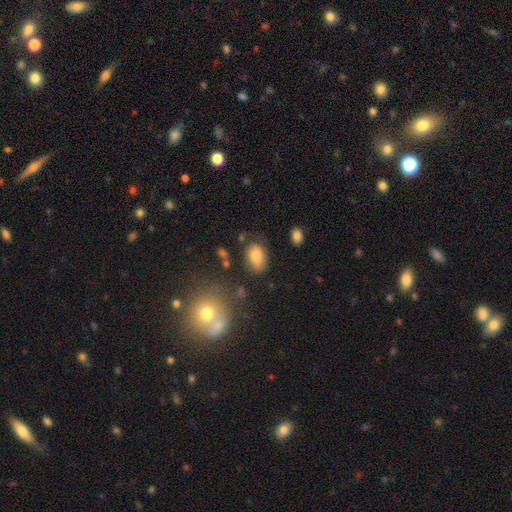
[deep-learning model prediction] smooth_or_featured: smooth (p=0.79) [alt: featured or disk p=0.11]
how_rounded: in between (p=0.88) [alt: round p=0.10]
merging: none (p=0.72) [alt: minor disturbance p=0.18]